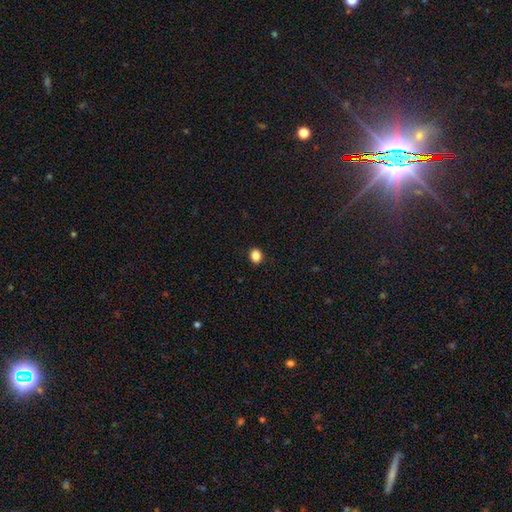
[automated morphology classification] type=smooth (86%); roundness=round (60%); merging=none (91%).